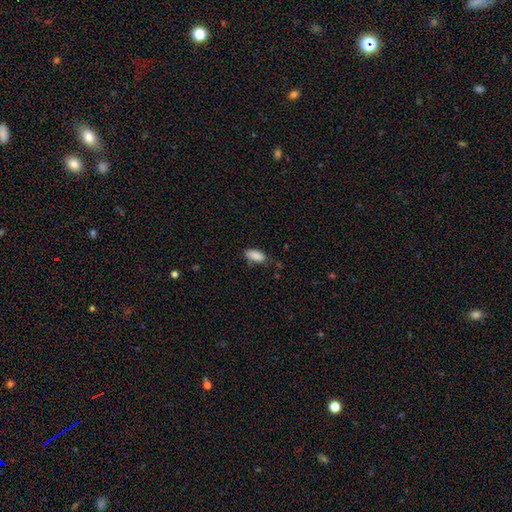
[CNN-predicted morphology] This appears to be a smooth galaxy with no disk features (89%) that is in between round and cigar-shaped (87%). Merging: none (79%).